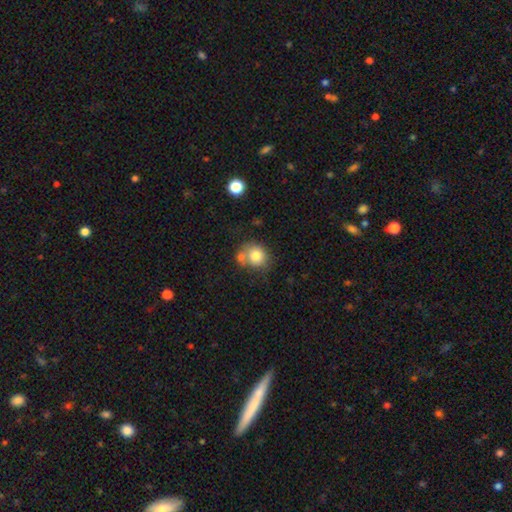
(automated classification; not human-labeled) This is likely a smooth galaxy (79%). How rounded: likely round (79%). Merging: possibly none (50%).